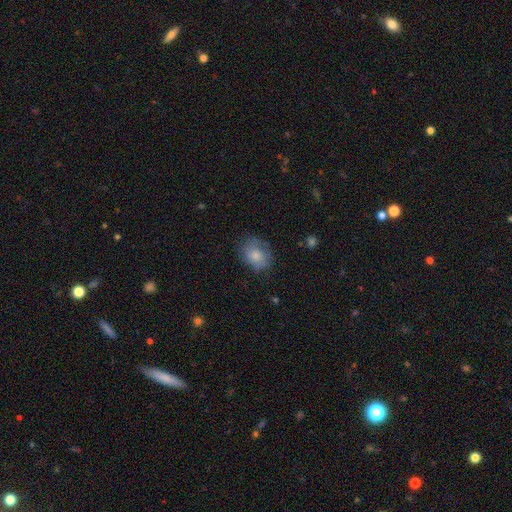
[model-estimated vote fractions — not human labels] This appears to be a smooth galaxy with no disk features (74%) that is in between round and cigar-shaped (54%). Merging: none (64%).